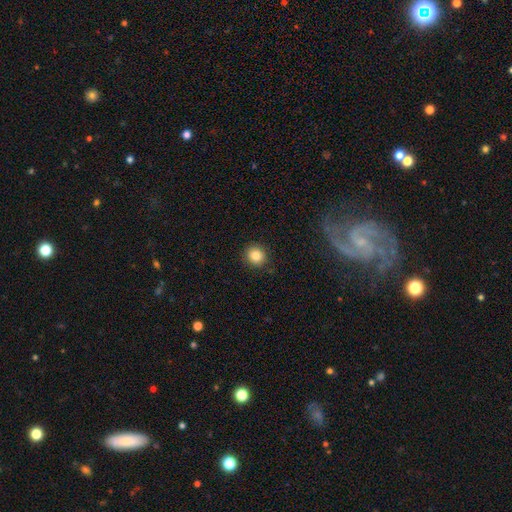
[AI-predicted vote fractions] Smooth or featured? Predicted: smooth (p=0.85). How rounded? Predicted: round (p=0.90). Merging? Predicted: none (p=0.90).